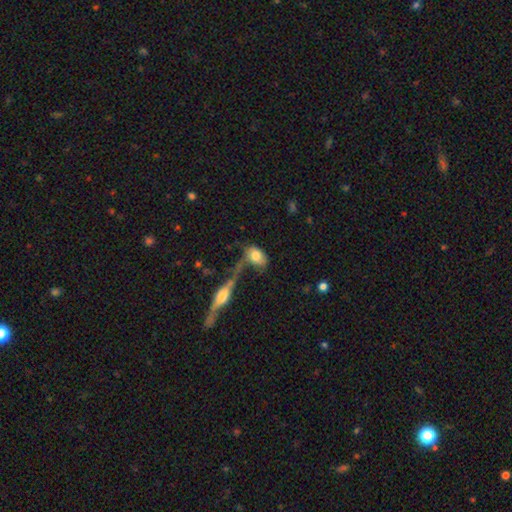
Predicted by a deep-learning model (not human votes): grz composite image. It shows a smooth galaxy with no disk features (74%) that is in between round and cigar-shaped (87%). Merging: merger (39%).